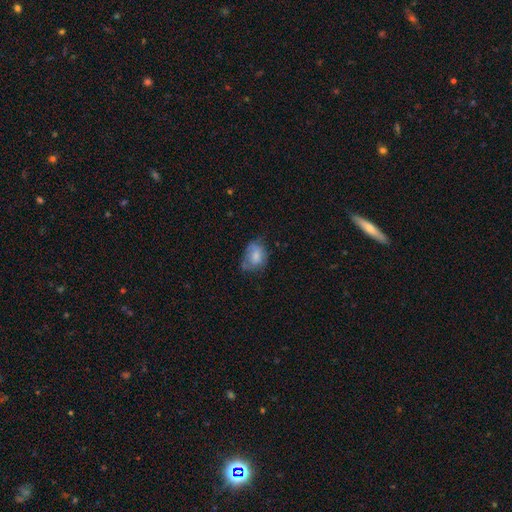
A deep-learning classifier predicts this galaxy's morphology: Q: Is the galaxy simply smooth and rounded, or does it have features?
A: smooth — 68%.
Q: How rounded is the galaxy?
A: in between — 71%.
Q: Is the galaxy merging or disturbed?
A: none — 43%.